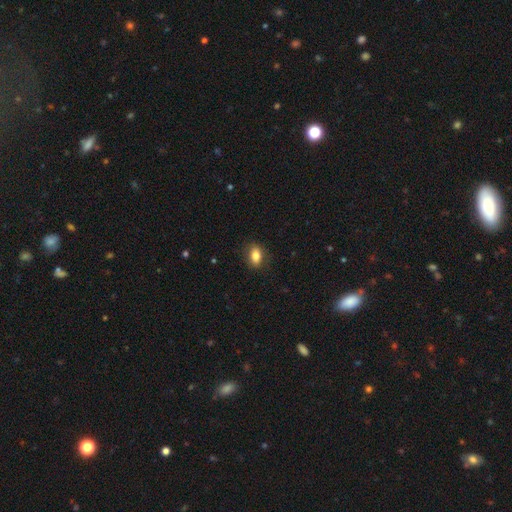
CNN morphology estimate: A smooth galaxy with no disk features (83%) that is in between round and cigar-shaped (83%).

Vote fractions:
- Smooth or featured? smooth: 83% / featured or disk: 9% / star or artifact: 8%
- How rounded? in between: 83% / round: 14% / cigar-shaped: 3%
- Merging? none: 85% / minor disturbance: 11% / major disturbance: 3% / merger: 1%